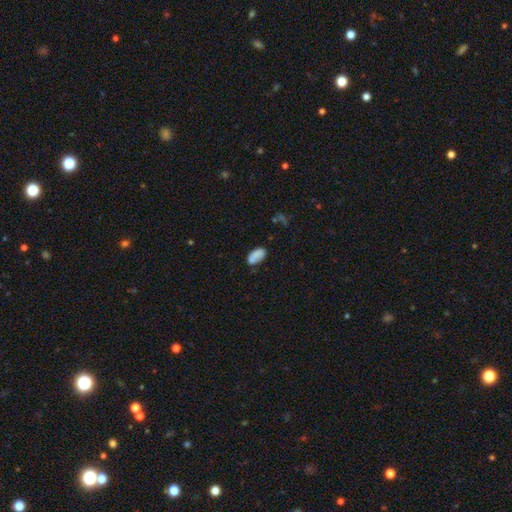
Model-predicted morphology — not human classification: A smooth galaxy with no disk features (77%) that is in between round and cigar-shaped (91%).

Vote fractions:
- Smooth or featured? smooth: 77% / featured or disk: 14% / star or artifact: 9%
- How rounded? in between: 91% / round: 5% / cigar-shaped: 3%
- Merging? none: 59% / minor disturbance: 24% / merger: 9% / major disturbance: 8%